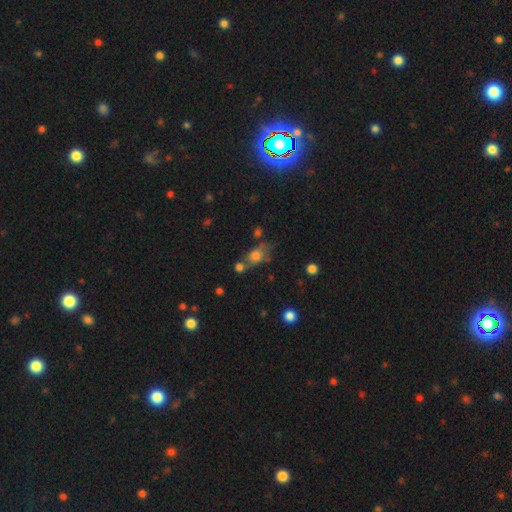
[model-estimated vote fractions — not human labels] A smooth galaxy with no disk features (70%) that is in between round and cigar-shaped (62%). Merging: none (43%).